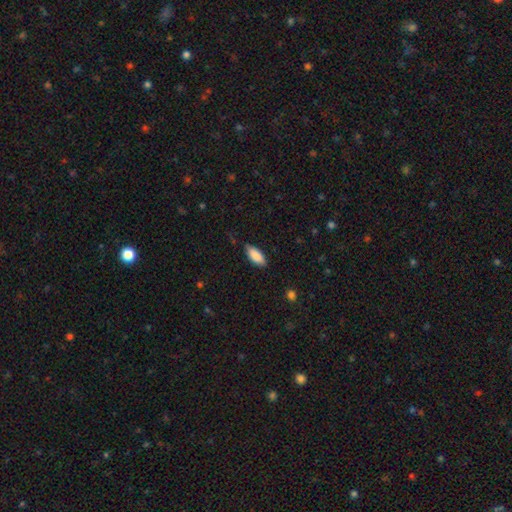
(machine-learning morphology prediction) A smooth galaxy with no disk features (89%) that is in between round and cigar-shaped (84%). Merging: none (81%).